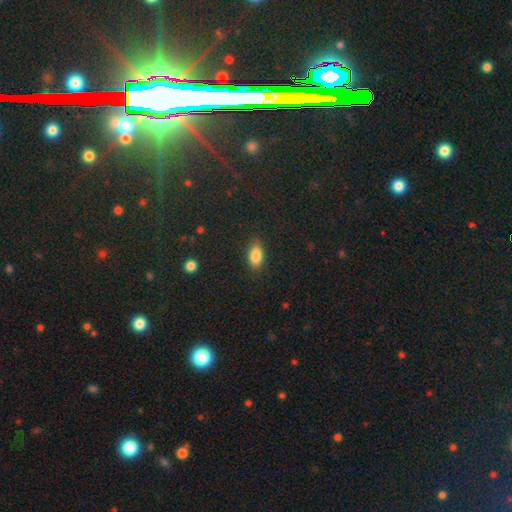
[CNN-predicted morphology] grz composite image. It shows a smooth galaxy with no disk features (86%) that is in between round and cigar-shaped (89%). Merging: none (85%).